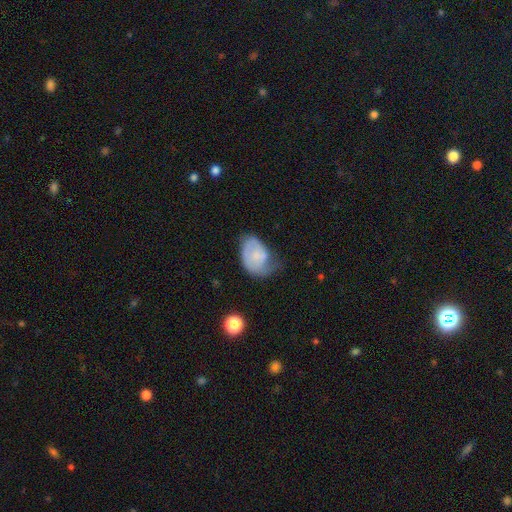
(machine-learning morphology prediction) Smooth or featured?
  - smooth: 55% *
  - featured or disk: 38%
  - star or artifact: 7%
How rounded?
  - in between: 82% *
  - round: 17%
  - cigar-shaped: 1%
Merging?
  - minor disturbance: 37% *
  - major disturbance: 32%
  - none: 28%
  - merger: 3%